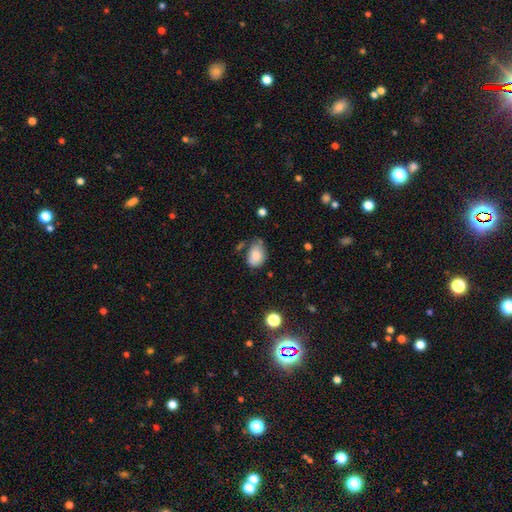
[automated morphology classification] type=smooth (84%); roundness=in between (75%); merging=none (53%).